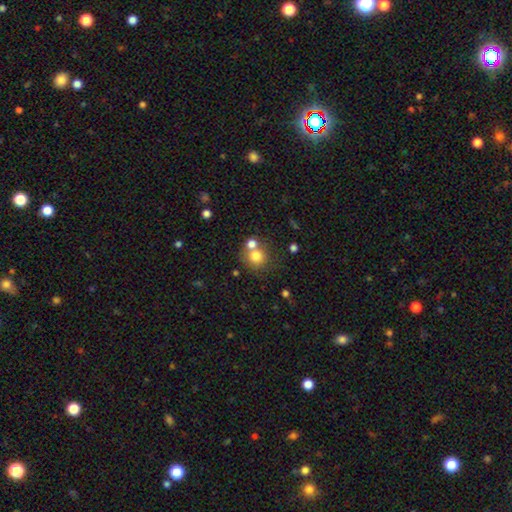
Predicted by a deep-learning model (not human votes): smooth_or_featured: smooth (p=0.76) [alt: star or artifact p=0.13]
how_rounded: round (p=0.87) [alt: in between p=0.12]
merging: none (p=0.55) [alt: merger p=0.32]